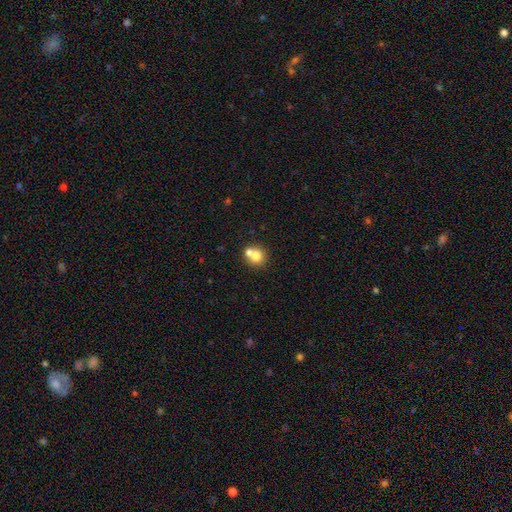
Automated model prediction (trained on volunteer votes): smooth-or-featured: smooth: 73% | featured or disk: 15% | star or artifact: 12%
  how-rounded: round: 84% | in between: 15% | cigar-shaped: 1%
  merging: none: 47% | merger: 44% | minor disturbance: 7% | major disturbance: 3%